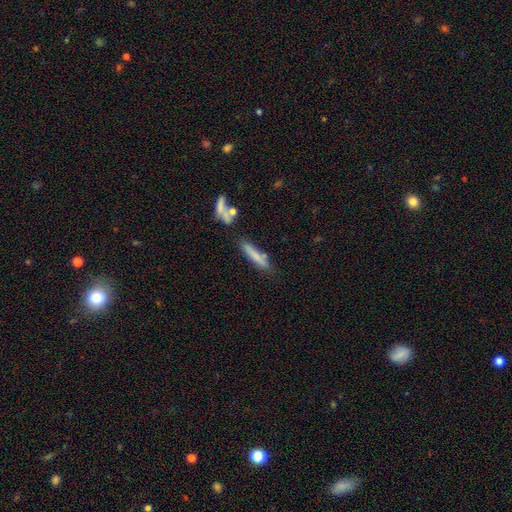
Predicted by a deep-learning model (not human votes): Smooth or featured? Predicted: smooth (p=0.71). How rounded? Predicted: cigar-shaped (p=0.88). Merging? Predicted: none (p=0.66).